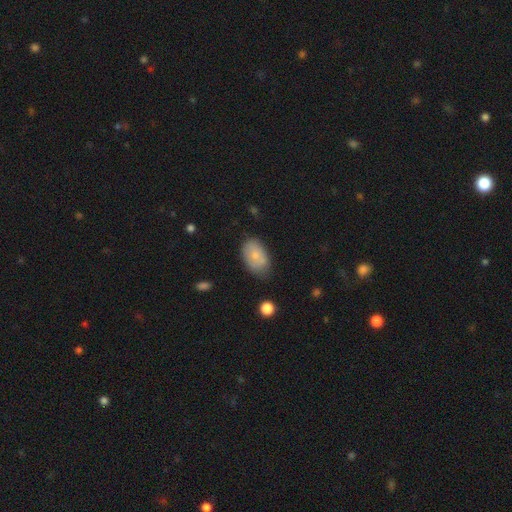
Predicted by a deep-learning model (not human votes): smooth_or_featured: smooth (p=0.74) [alt: featured or disk p=0.18]
how_rounded: in between (p=0.90) [alt: round p=0.09]
merging: none (p=0.61) [alt: minor disturbance p=0.27]